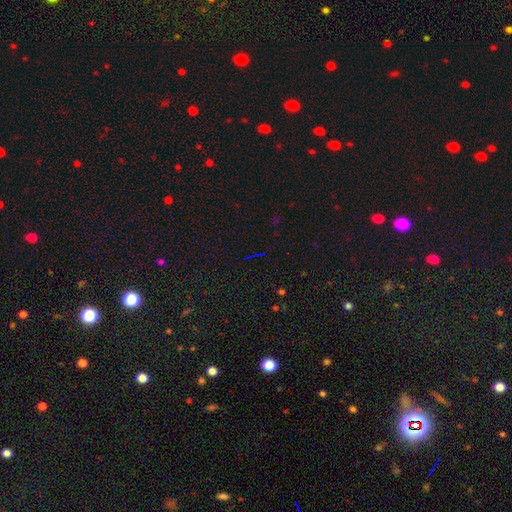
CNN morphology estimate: smooth_or_featured: star or artifact (p=0.76) [alt: smooth p=0.13]